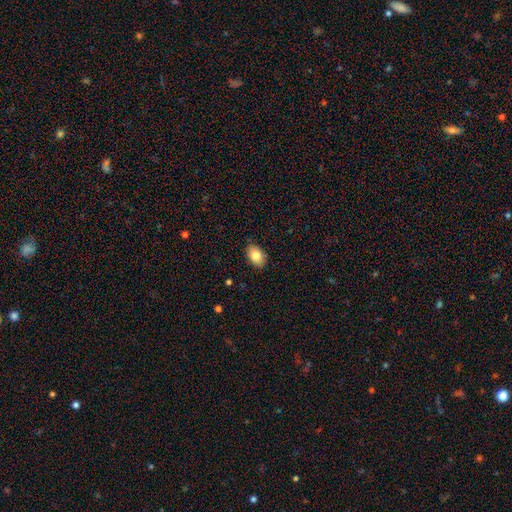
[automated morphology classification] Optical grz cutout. It shows a smooth galaxy with no disk features (82%) that is in between round and cigar-shaped (85%). Merging: none (87%).